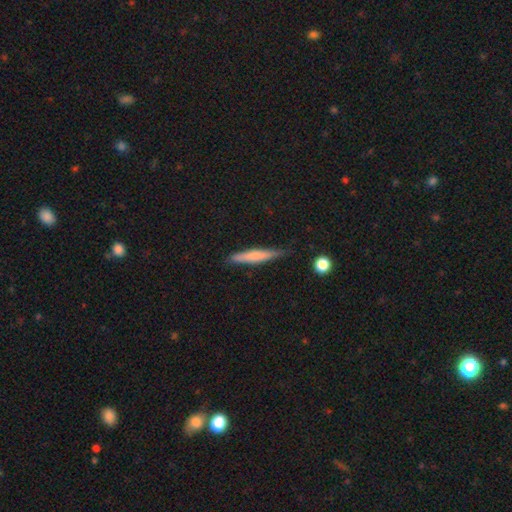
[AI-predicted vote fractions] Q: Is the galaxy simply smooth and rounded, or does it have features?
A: smooth — 57%.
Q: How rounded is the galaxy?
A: cigar-shaped — 93%.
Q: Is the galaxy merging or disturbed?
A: none — 84%.